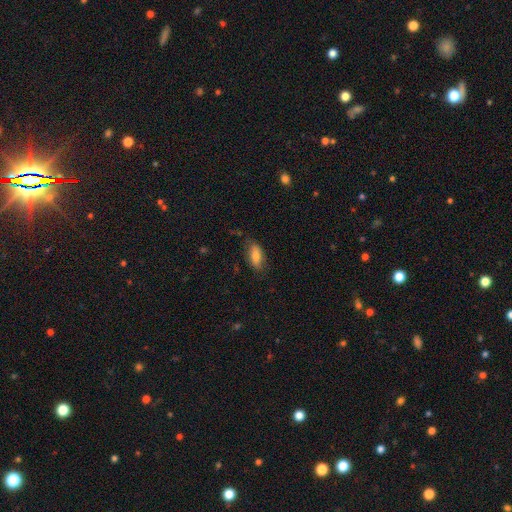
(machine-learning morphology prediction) smooth 75%, featured or disk 18%, star or artifact 7%. Down the decision tree: how rounded — in between (80%); merging — none (72%).